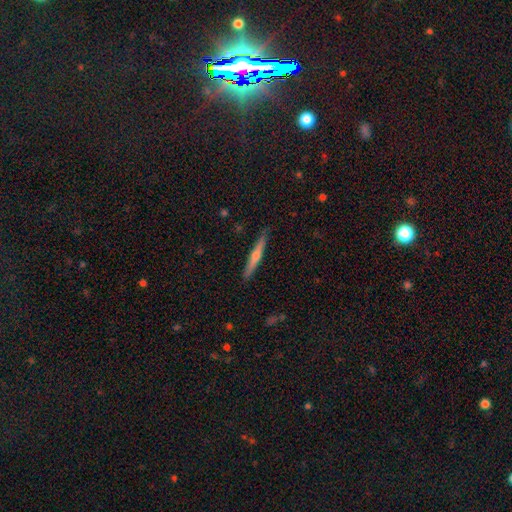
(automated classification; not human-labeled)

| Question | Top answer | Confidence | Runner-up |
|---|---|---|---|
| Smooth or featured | featured or disk | 55% | smooth (39%) |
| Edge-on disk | yes | 97% | no (3%) |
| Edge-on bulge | rounded | 76% | none (20%) |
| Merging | none | 88% | minor disturbance (9%) |